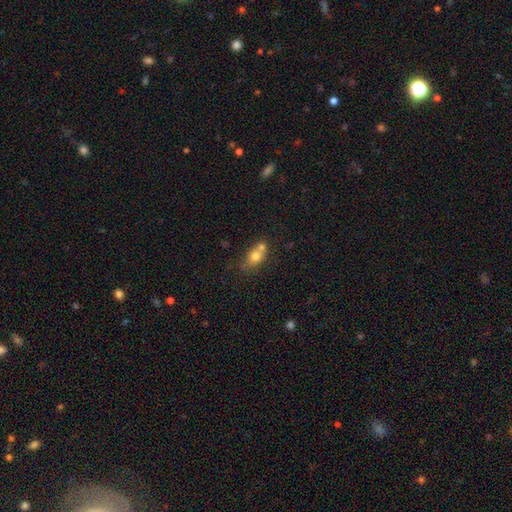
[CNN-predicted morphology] smooth 69%, featured or disk 19%, star or artifact 13%. Down the decision tree: how rounded — in between (51%); merging — merger (47%).